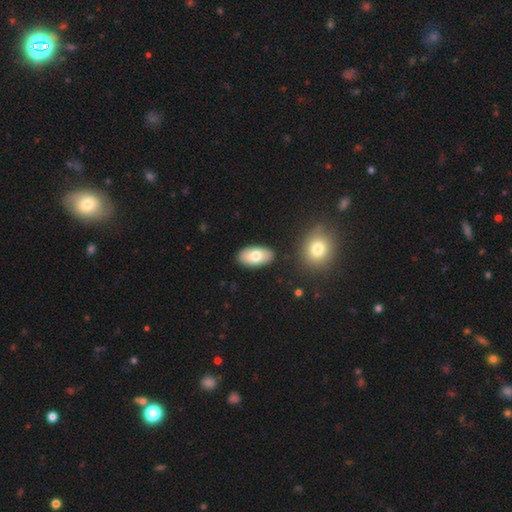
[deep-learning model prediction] The model was most divided on "smooth or featured": smooth: 73%, featured or disk: 20%, star or artifact: 6%. More confident: how rounded — in between (94%); merging — none (86%).